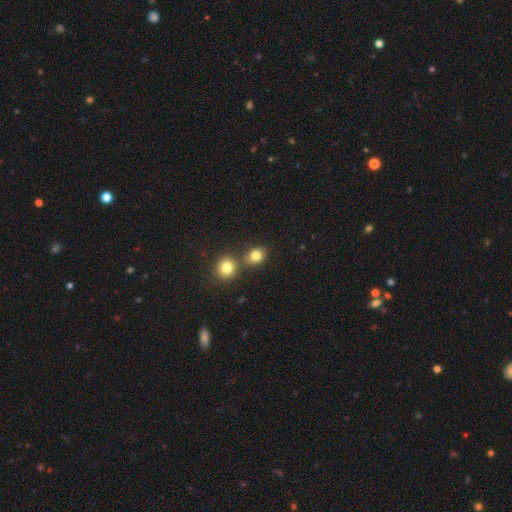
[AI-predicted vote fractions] smooth-or-featured: smooth: 81% | star or artifact: 12% | featured or disk: 7%
  how-rounded: round: 63% | in between: 36% | cigar-shaped: 1%
  merging: none: 65% | merger: 23% | minor disturbance: 9% | major disturbance: 3%